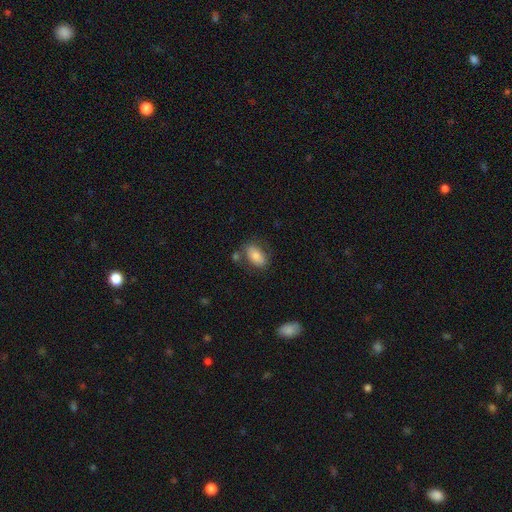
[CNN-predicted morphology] Smooth or featured? smooth (80%)
How rounded? in between (91%)
Merging? none (69%)